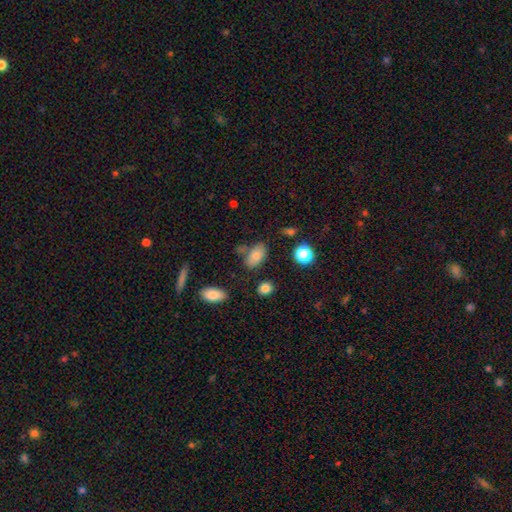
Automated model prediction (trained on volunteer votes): smooth_or_featured: smooth (p=0.79) [alt: featured or disk p=0.12]
how_rounded: in between (p=0.91) [alt: round p=0.07]
merging: none (p=0.66) [alt: minor disturbance p=0.19]